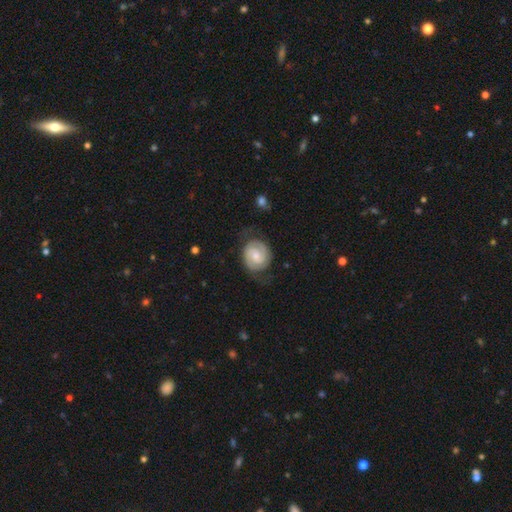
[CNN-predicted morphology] featured or disk 75%, smooth 19%, star or artifact 6%. Down the decision tree: edge-on disk — no (98%); bar — weak (46%); spiral arms — yes (95%); spiral arm count — 2 (86%); spiral winding — tight (53%); bulge size — moderate (46%); merging — none (69%).